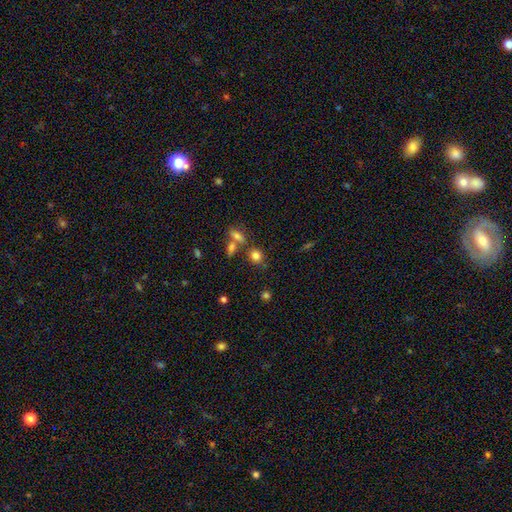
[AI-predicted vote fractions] Smooth or featured?
  - smooth: 79% *
  - star or artifact: 13%
  - featured or disk: 8%
How rounded?
  - round: 75% *
  - in between: 23%
  - cigar-shaped: 2%
Merging?
  - none: 68% *
  - merger: 17%
  - minor disturbance: 11%
  - major disturbance: 4%